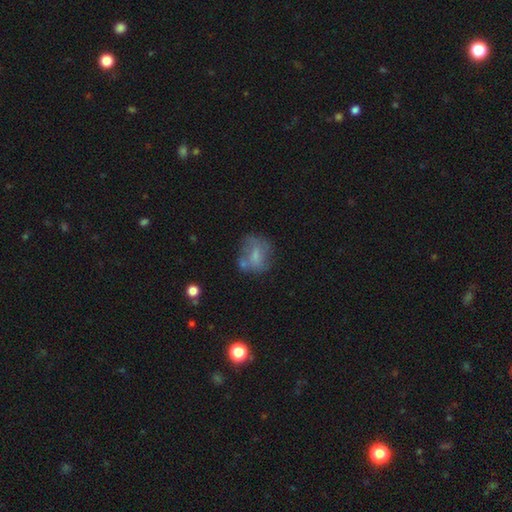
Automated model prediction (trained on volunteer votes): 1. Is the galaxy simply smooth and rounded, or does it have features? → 56% smooth, 33% featured or disk, 10% star or artifact.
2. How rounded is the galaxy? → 57% round, 41% in between, 2% cigar-shaped.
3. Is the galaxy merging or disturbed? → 49% none, 23% minor disturbance, 14% major disturbance, 13% merger.